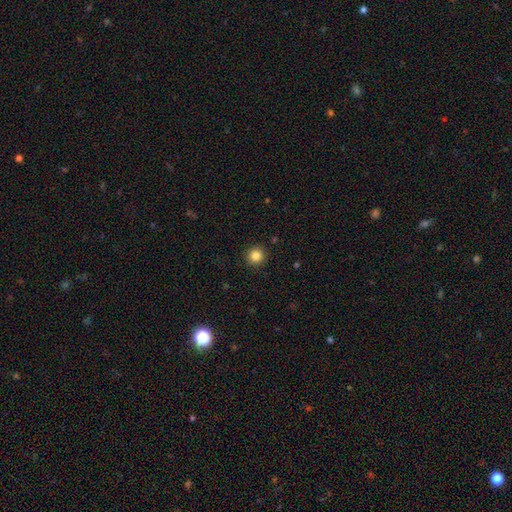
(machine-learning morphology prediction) Overall: smooth (84%). How rounded: round (94%). Merging: none (92%).